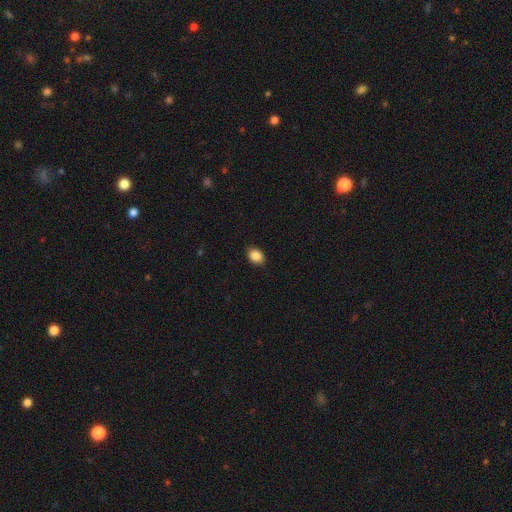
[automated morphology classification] Smooth or featured? Predicted: smooth (p=0.88). How rounded? Predicted: in between (p=0.67). Merging? Predicted: none (p=0.89).